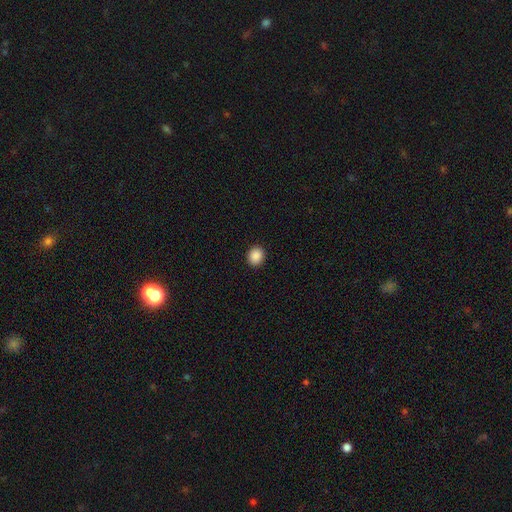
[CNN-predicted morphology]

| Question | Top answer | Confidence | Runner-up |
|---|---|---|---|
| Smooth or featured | smooth | 89% | star or artifact (9%) |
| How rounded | round | 72% | in between (27%) |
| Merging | none | 92% | minor disturbance (6%) |